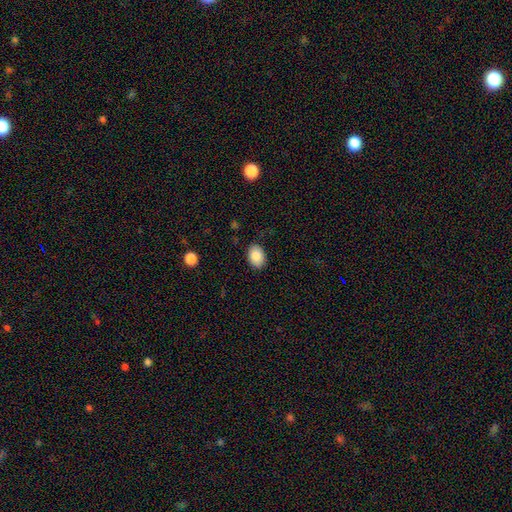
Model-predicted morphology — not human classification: Q: Smooth or featured?
A: smooth (86%); runner-up: star or artifact (7%)
Q: How rounded?
A: in between (80%); runner-up: round (19%)
Q: Merging?
A: none (87%); runner-up: minor disturbance (10%)